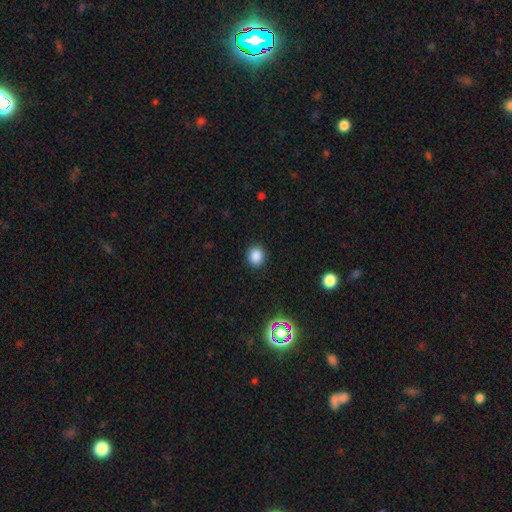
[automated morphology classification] Smooth or featured: smooth — 85% (star or artifact — 11%)
How rounded: round — 76% (in between — 23%)
Merging: none — 90% (minor disturbance — 7%)